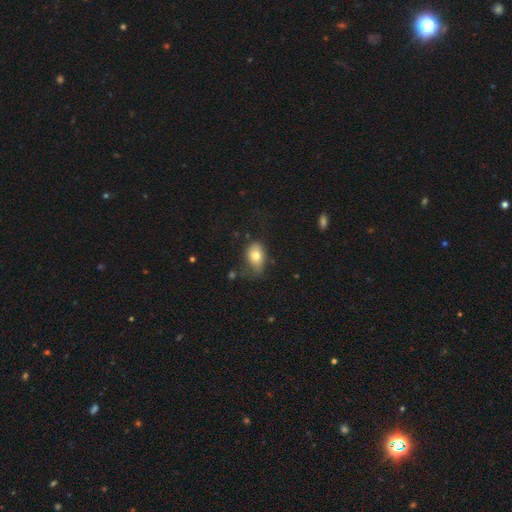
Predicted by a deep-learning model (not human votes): smooth 76%, featured or disk 16%, star or artifact 9%. Down the decision tree: how rounded — in between (82%); merging — none (47%).